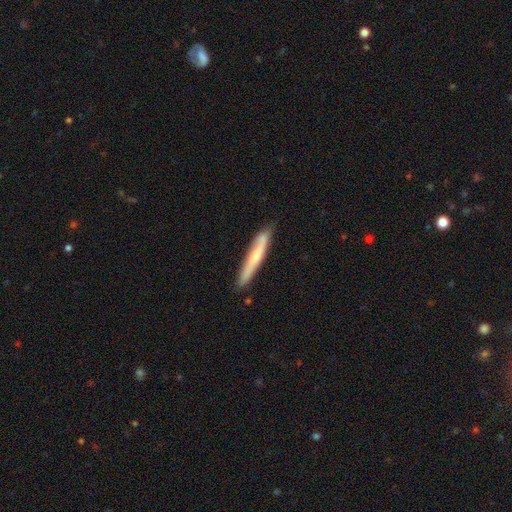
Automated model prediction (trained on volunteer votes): This is possibly a smooth galaxy (54%). How rounded: clearly cigar-shaped (95%). Merging: clearly none (84%).